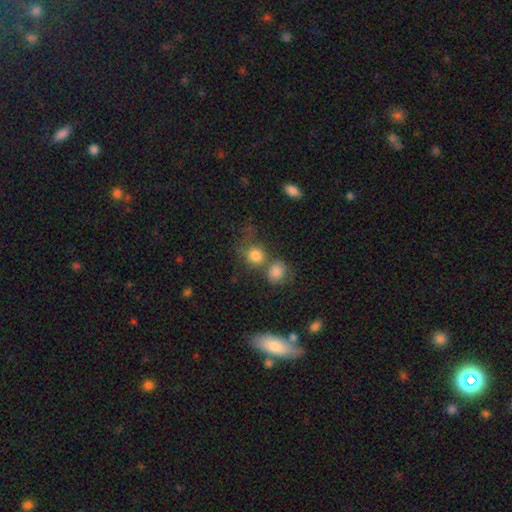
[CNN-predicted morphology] This is clearly a smooth galaxy (81%). How rounded: clearly round (82%). Merging: marginally none (44%).